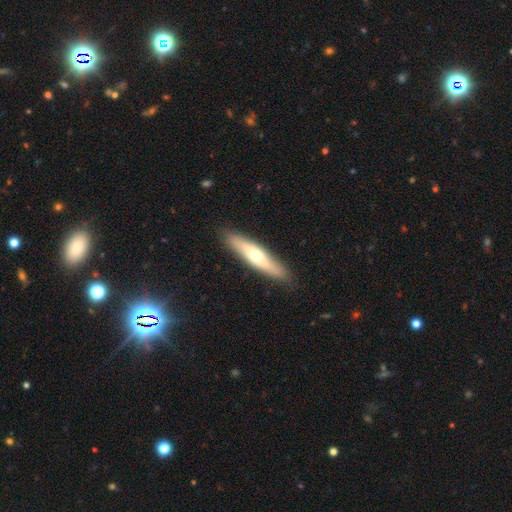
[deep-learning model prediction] Smooth or featured: smooth — 50% (featured or disk — 44%)
How rounded: cigar-shaped — 75% (in between — 23%)
Merging: none — 88% (minor disturbance — 9%)